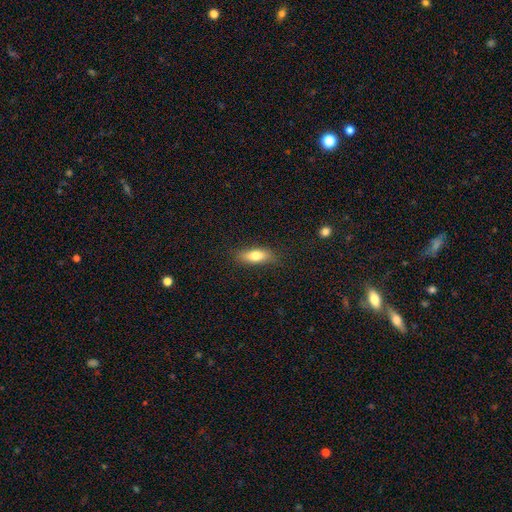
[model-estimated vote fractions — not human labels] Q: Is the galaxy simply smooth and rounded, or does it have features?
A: smooth — 75%.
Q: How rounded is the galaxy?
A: in between — 65%.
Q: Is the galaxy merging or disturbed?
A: none — 82%.